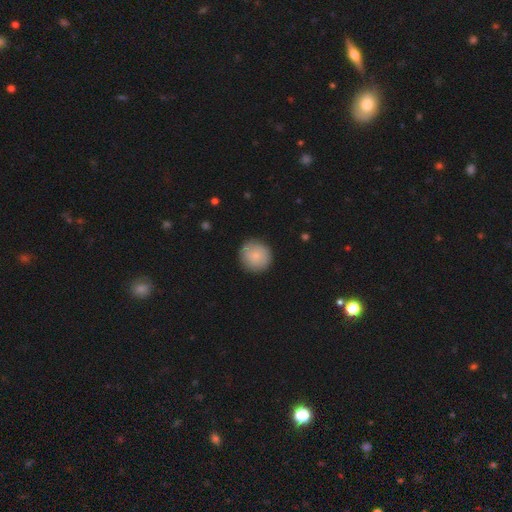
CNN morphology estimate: This is likely a smooth galaxy (77%). How rounded: clearly round (94%). Merging: clearly none (87%).